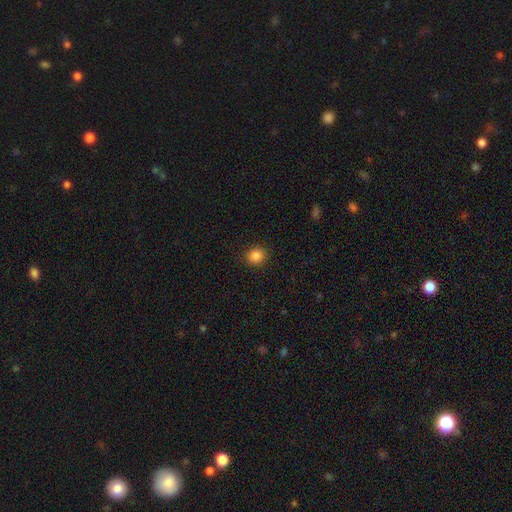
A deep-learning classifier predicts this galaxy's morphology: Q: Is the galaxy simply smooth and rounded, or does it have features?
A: smooth — 85%.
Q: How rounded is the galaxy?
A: round — 78%.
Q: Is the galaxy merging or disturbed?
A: none — 91%.